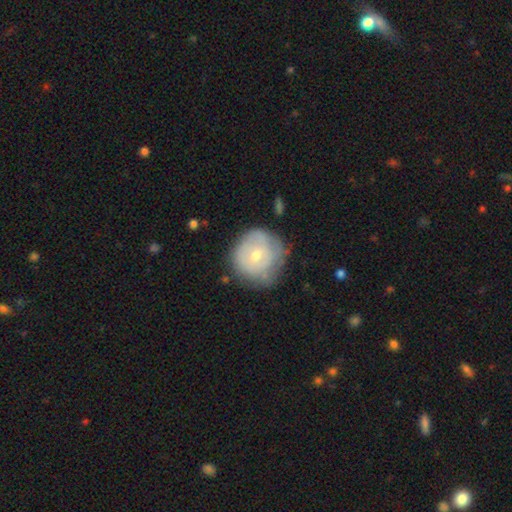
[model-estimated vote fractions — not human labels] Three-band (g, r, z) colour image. It shows a smooth galaxy with no disk features (50%) that is round (89%). Merging: none (61%).